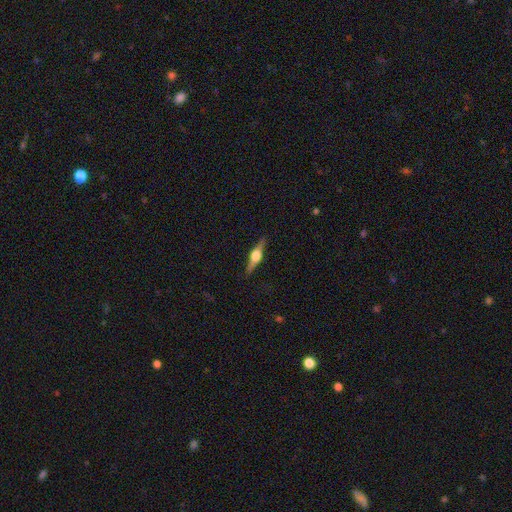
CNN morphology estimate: smooth-or-featured: featured or disk: 79% | smooth: 16% | star or artifact: 6%
  disk-edge-on: yes: 98% | no: 2%
    edge-on-bulge: rounded: 94% | boxy: 5% | none: 1%
  merging: none: 90% | minor disturbance: 8% | major disturbance: 2% | merger: 1%